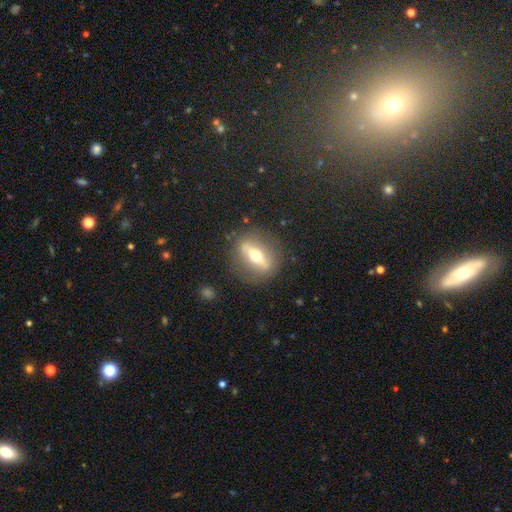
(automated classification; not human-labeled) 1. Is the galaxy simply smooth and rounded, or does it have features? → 67% featured or disk, 25% smooth, 8% star or artifact.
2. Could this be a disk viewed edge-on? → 62% yes, 38% no.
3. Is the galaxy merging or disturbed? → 83% none, 10% minor disturbance, 6% major disturbance, 1% merger.